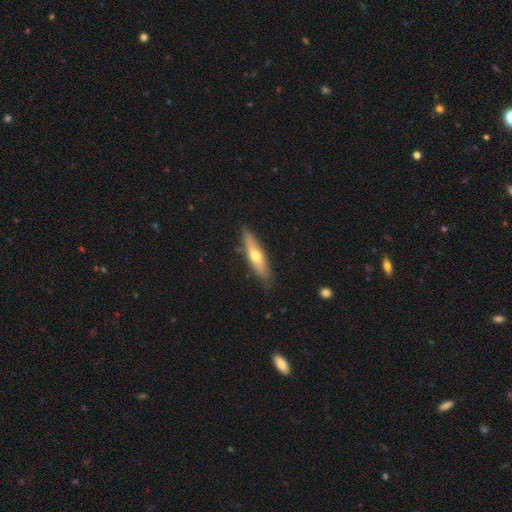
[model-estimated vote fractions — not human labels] Q: Smooth or featured?
A: featured or disk (49%); runner-up: smooth (45%)
Q: Merging?
A: none (85%); runner-up: minor disturbance (12%)